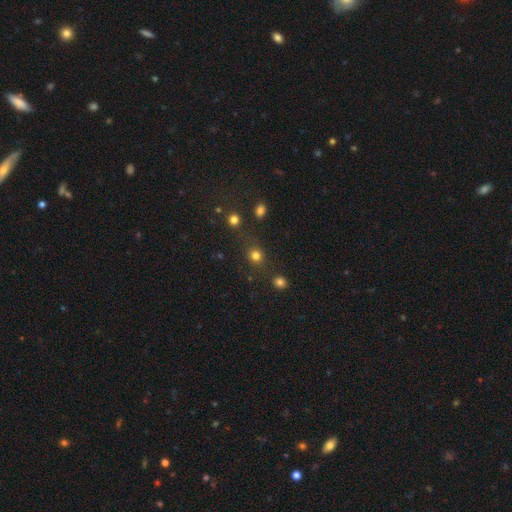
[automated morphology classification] Smooth or featured? smooth (78%)
How rounded? round (86%)
Merging? none (77%)